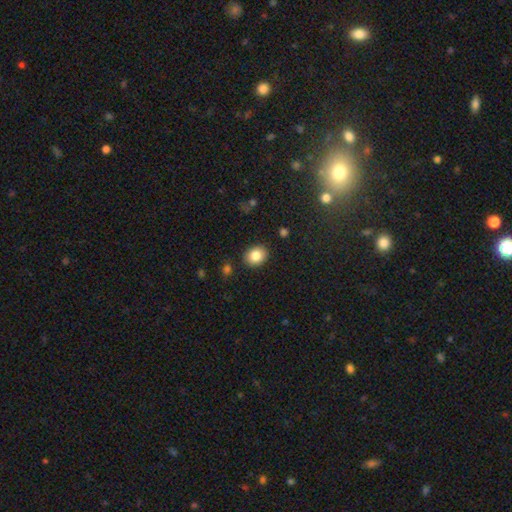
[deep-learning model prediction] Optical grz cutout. It shows a smooth galaxy with no disk features (85%) that is in between round and cigar-shaped (52%). Merging: none (88%).